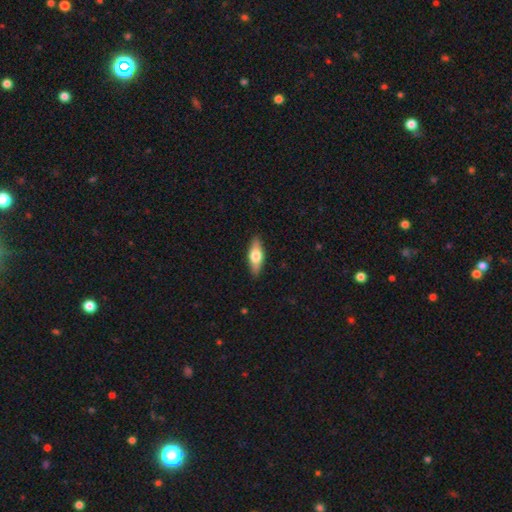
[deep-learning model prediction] A smooth galaxy with no disk features (56%) that is in between round and cigar-shaped (68%).

Vote fractions:
- Smooth or featured? smooth: 56% / featured or disk: 38% / star or artifact: 6%
- How rounded? in between: 68% / cigar-shaped: 29% / round: 3%
- Merging? none: 88% / minor disturbance: 9% / major disturbance: 2% / merger: 1%